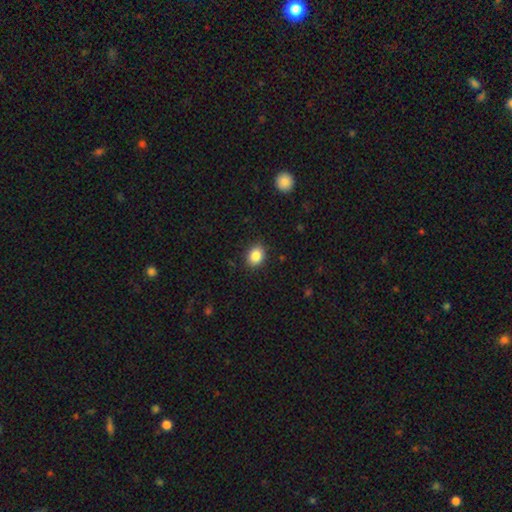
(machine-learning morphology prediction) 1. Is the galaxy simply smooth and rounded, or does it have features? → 86% smooth, 9% star or artifact, 5% featured or disk.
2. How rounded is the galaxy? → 51% in between, 48% round, 1% cigar-shaped.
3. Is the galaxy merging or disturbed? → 89% none, 8% minor disturbance, 2% major disturbance, 1% merger.